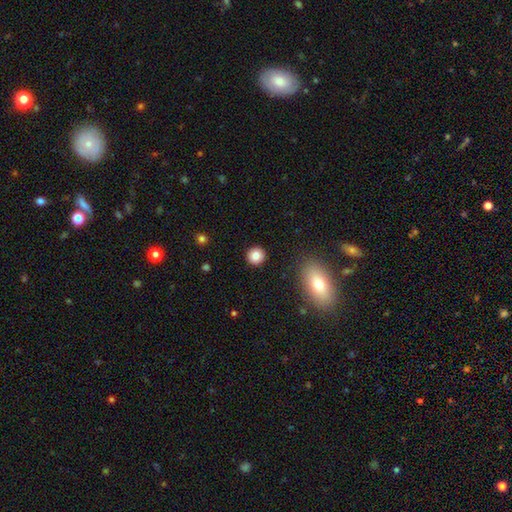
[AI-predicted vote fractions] smooth 82%, star or artifact 10%, featured or disk 8%. Down the decision tree: how rounded — round (93%); merging — none (91%).